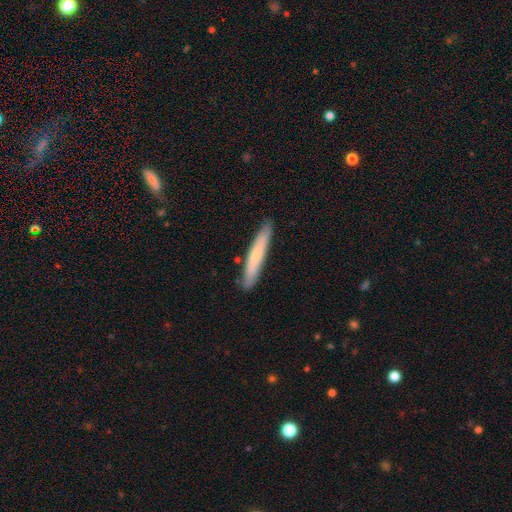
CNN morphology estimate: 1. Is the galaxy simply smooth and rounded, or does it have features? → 67% smooth, 27% featured or disk, 6% star or artifact.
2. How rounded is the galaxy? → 94% cigar-shaped, 5% in between, 1% round.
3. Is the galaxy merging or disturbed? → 87% none, 10% minor disturbance, 2% major disturbance, 1% merger.